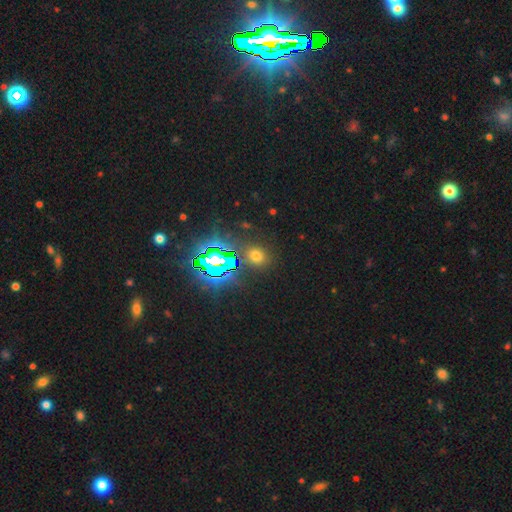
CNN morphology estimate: This is possibly a smooth galaxy (52%). How rounded: likely round (61%). Merging: clearly none (84%).